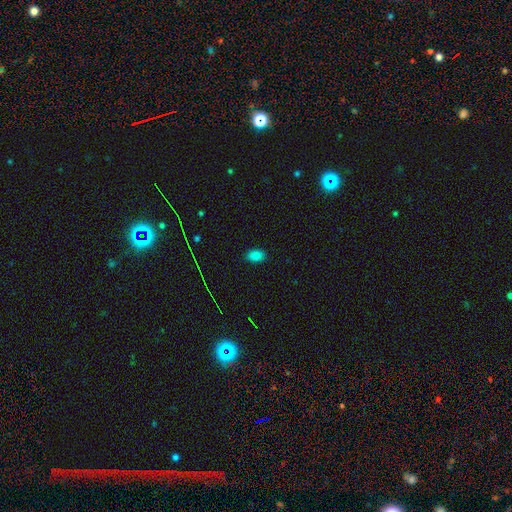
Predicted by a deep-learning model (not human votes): Smooth or featured? smooth (81%)
How rounded? in between (88%)
Merging? none (87%)